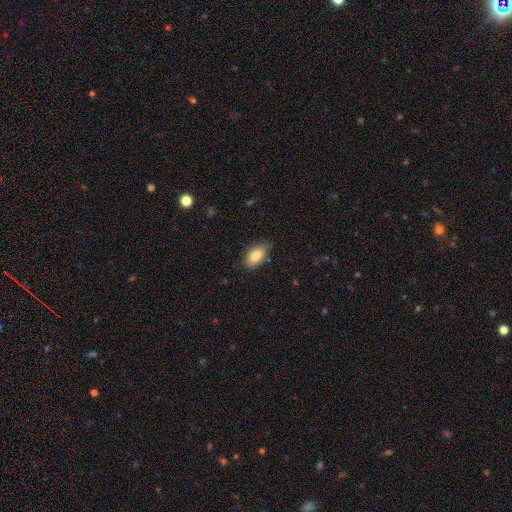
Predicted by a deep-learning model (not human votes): Smooth or featured? smooth (84%)
How rounded? in between (91%)
Merging? none (75%)